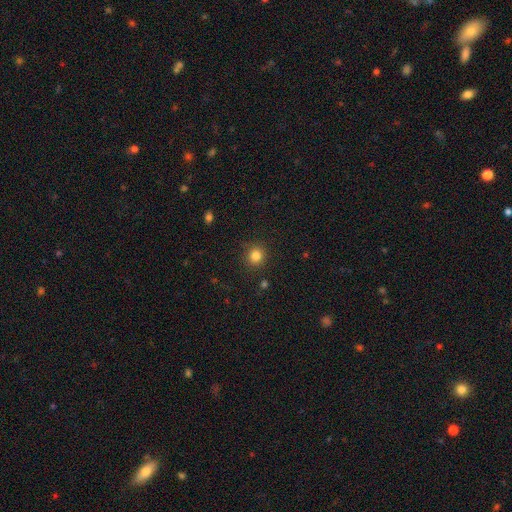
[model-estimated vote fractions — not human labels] Q: Smooth or featured?
A: smooth (83%); runner-up: star or artifact (12%)
Q: How rounded?
A: round (92%); runner-up: in between (7%)
Q: Merging?
A: none (89%); runner-up: minor disturbance (7%)